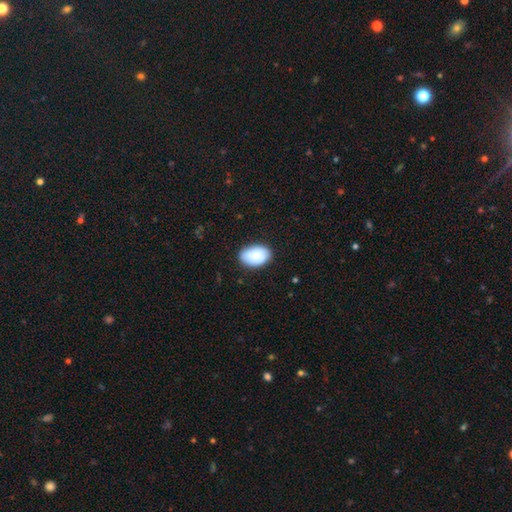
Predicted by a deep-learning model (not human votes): smooth-or-featured: smooth: 85% | featured or disk: 8% | star or artifact: 6%
  how-rounded: in between: 88% | round: 11% | cigar-shaped: 1%
  merging: none: 82% | minor disturbance: 14% | major disturbance: 3% | merger: 1%